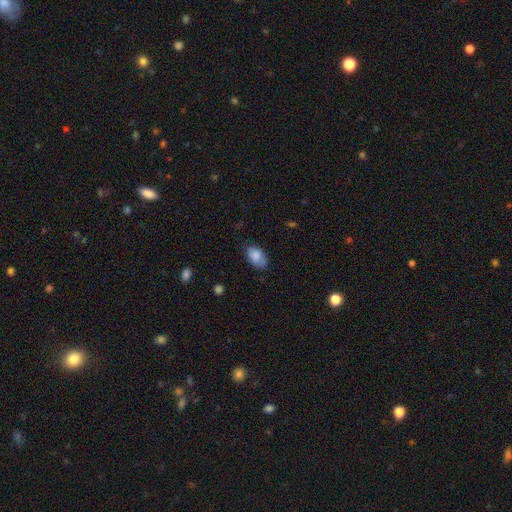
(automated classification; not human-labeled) Q: Smooth or featured?
A: smooth (82%); runner-up: featured or disk (10%)
Q: How rounded?
A: in between (90%); runner-up: round (8%)
Q: Merging?
A: none (65%); runner-up: minor disturbance (26%)